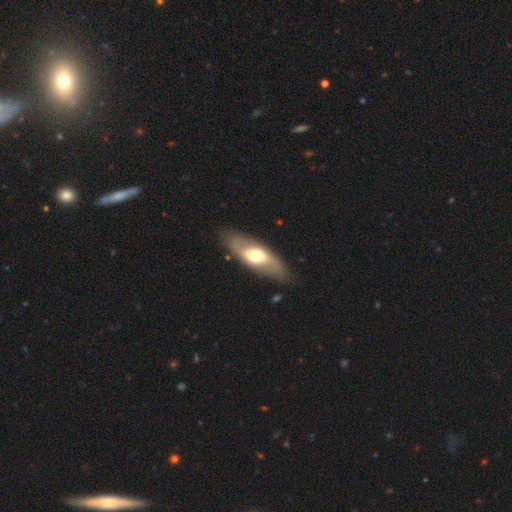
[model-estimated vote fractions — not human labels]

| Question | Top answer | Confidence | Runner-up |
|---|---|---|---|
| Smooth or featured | featured or disk | 51% | smooth (44%) |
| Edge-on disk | no | 78% | yes (22%) |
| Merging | none | 81% | minor disturbance (13%) |